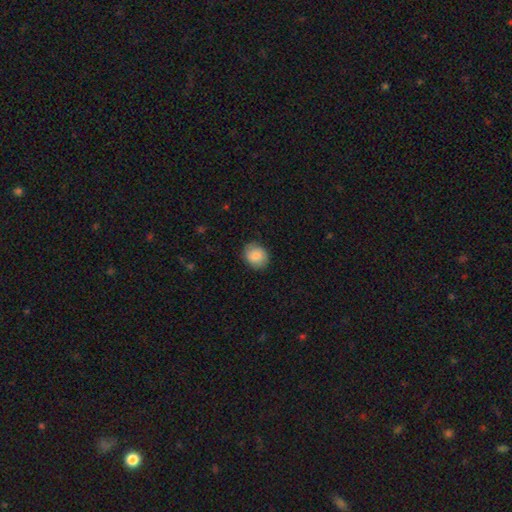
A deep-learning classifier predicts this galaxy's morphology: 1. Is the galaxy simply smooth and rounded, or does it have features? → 85% smooth, 8% featured or disk, 7% star or artifact.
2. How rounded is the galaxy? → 66% round, 34% in between, 1% cigar-shaped.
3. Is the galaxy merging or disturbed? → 86% none, 10% minor disturbance, 3% major disturbance, 1% merger.